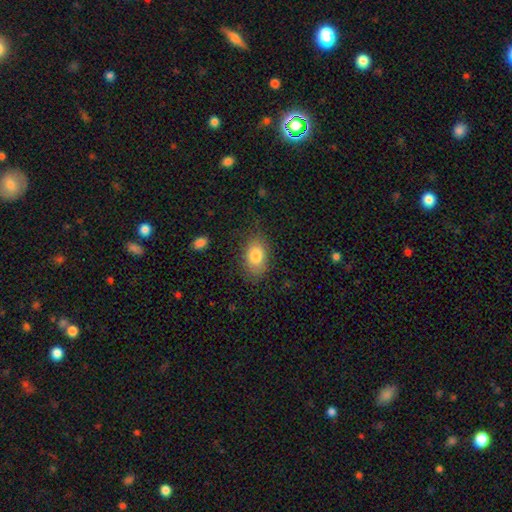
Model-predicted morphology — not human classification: smooth-or-featured: smooth: 81% | featured or disk: 12% | star or artifact: 7%
  how-rounded: in between: 87% | round: 12% | cigar-shaped: 1%
  merging: none: 77% | minor disturbance: 17% | major disturbance: 5% | merger: 1%